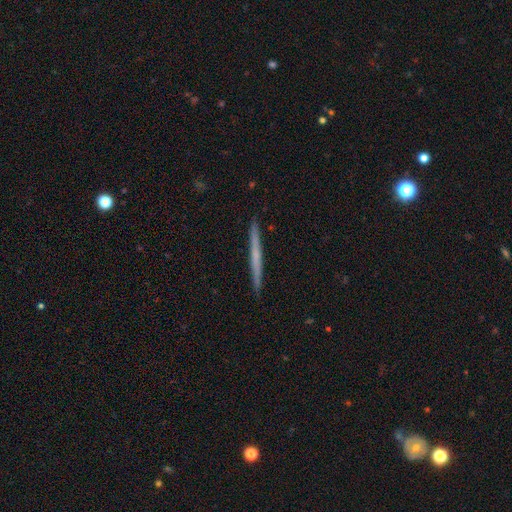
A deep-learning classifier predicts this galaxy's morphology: Overall: featured or disk (51%; smooth 44%). Edge-on disk: yes (98%). Merging: none (93%).